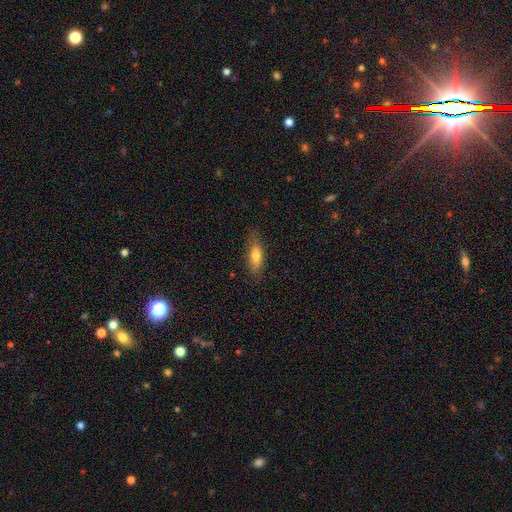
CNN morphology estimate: This is likely a smooth galaxy (73%). How rounded: likely in between (62%). Merging: likely none (80%).